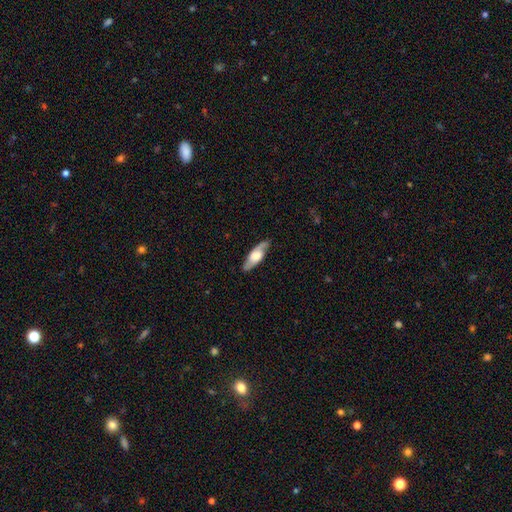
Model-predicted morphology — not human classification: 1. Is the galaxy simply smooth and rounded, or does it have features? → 57% featured or disk, 37% smooth, 6% star or artifact.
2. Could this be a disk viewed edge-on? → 56% no, 44% yes.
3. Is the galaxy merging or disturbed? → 82% none, 14% minor disturbance, 3% major disturbance, 1% merger.